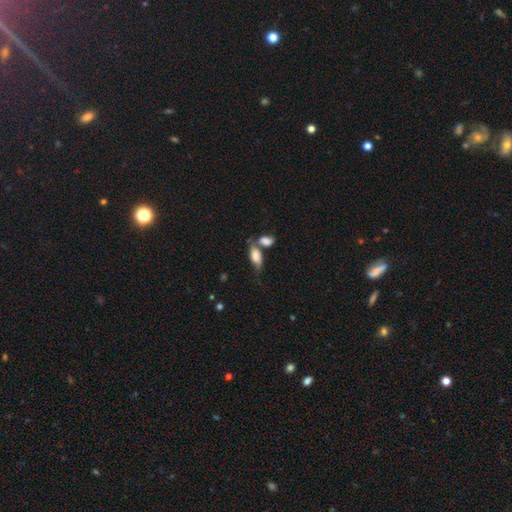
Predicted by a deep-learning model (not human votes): smooth_or_featured: smooth (p=0.73) [alt: featured or disk p=0.19]
how_rounded: in between (p=0.87) [alt: cigar-shaped p=0.08]
merging: merger (p=0.44) [alt: none p=0.28]